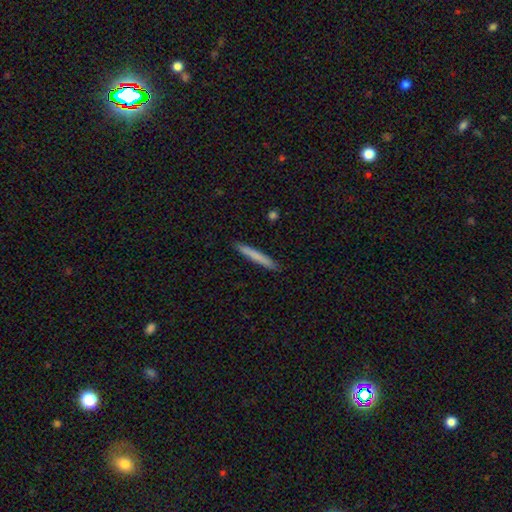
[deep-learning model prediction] smooth 76%, featured or disk 19%, star or artifact 6%. Down the decision tree: how rounded — cigar-shaped (96%); merging — none (91%).